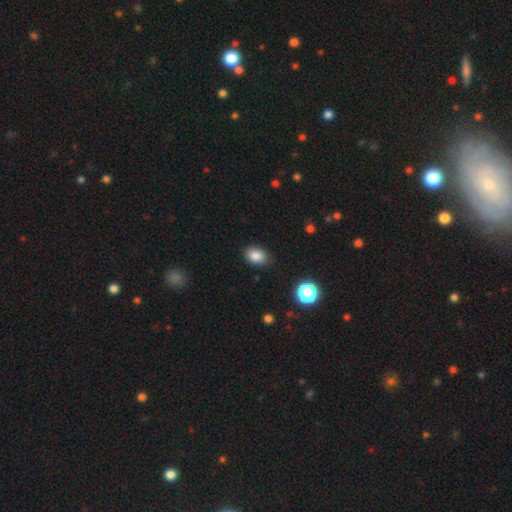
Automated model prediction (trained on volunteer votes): Overall: smooth (86%). How rounded: in between (72%). Merging: none (84%).